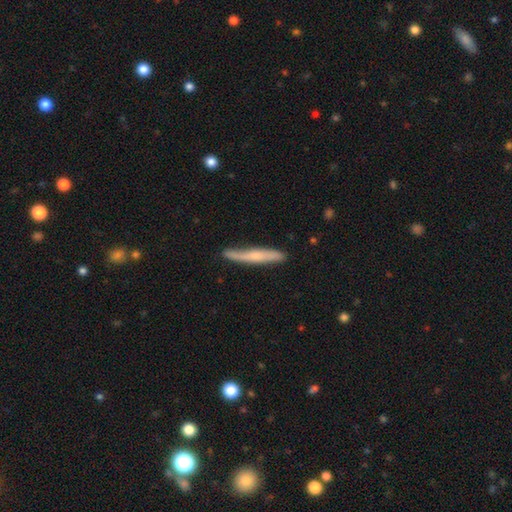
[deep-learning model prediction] Smooth or featured? smooth (47%, tied with featured or disk)
Merging? none (75%)